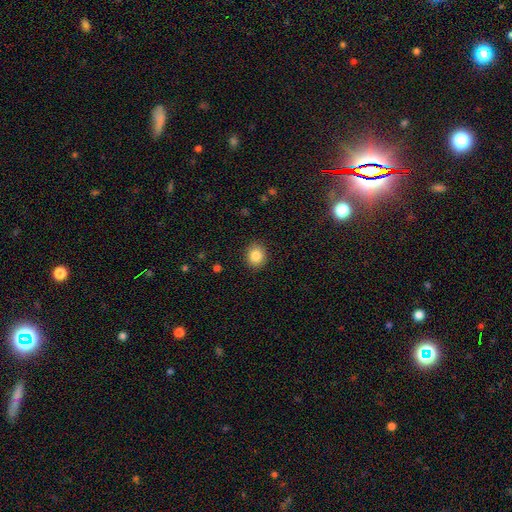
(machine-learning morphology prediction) smooth_or_featured: smooth (p=0.85) [alt: star or artifact p=0.10]
how_rounded: round (p=0.80) [alt: in between p=0.19]
merging: none (p=0.90) [alt: minor disturbance p=0.07]